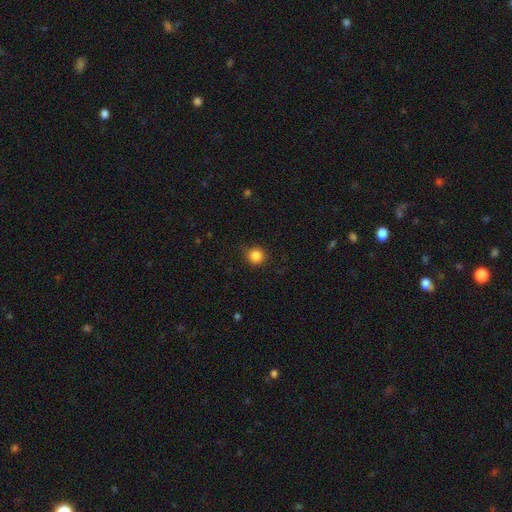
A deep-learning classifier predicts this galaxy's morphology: This appears to be a smooth galaxy with no disk features (85%) that is round (91%). Merging: none (84%).